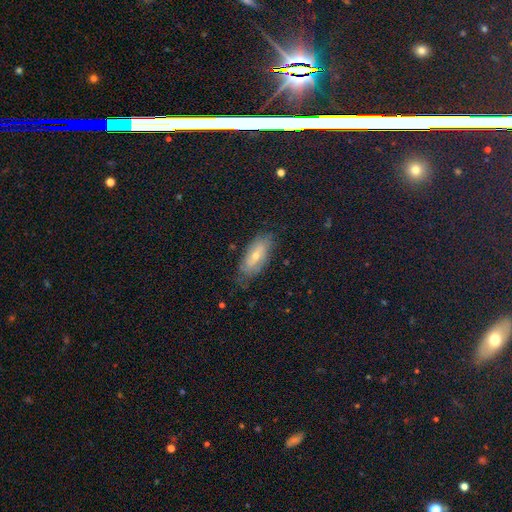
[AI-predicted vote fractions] Smooth or featured?
  - featured or disk: 39% *
  - smooth: 37%
  - star or artifact: 24%
Merging?
  - none: 76% *
  - minor disturbance: 18%
  - major disturbance: 4%
  - merger: 2%